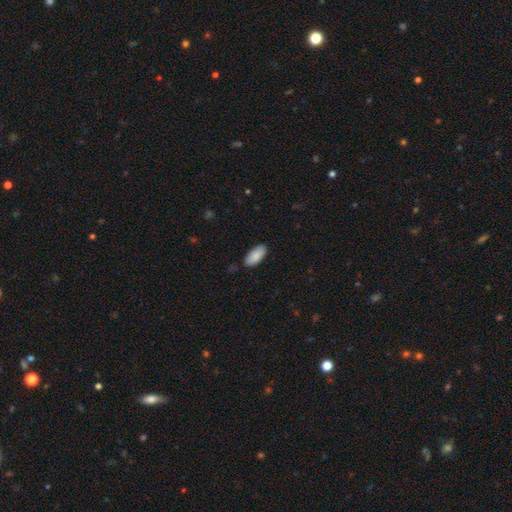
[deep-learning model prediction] A smooth galaxy with no disk features (88%) that is in between round and cigar-shaped (91%).

Vote fractions:
- Smooth or featured? smooth: 88% / featured or disk: 6% / star or artifact: 6%
- How rounded? in between: 91% / cigar-shaped: 8% / round: 2%
- Merging? none: 84% / minor disturbance: 12% / major disturbance: 2% / merger: 1%